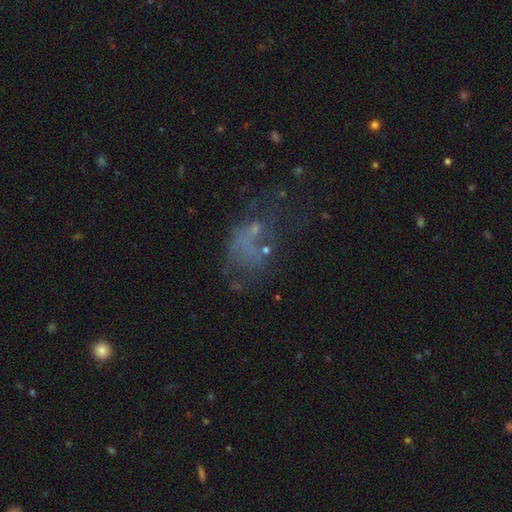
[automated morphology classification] A featured or disk galaxy (41%).

Vote fractions:
- Smooth or featured? featured or disk: 41% / smooth: 31% / star or artifact: 27%
- Merging? major disturbance: 38% / none: 36% / minor disturbance: 16% / merger: 10%